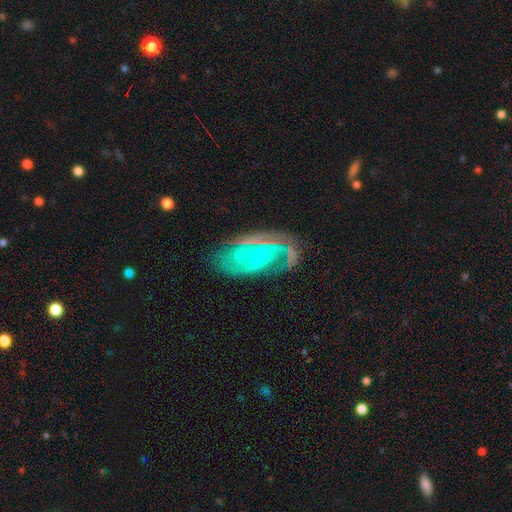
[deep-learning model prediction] The model was most divided on "spiral arm count": 2: 40%, can't tell: 30%, 3: 12%, 1: 8%, 4: 5%, more than 4: 4%. More confident: edge-on disk — no (95%); spiral arms — yes (90%); bulge size — small (82%); smooth or featured — featured or disk (81%); bar — no (66%); merging — none (56%); spiral winding — tight (54%).